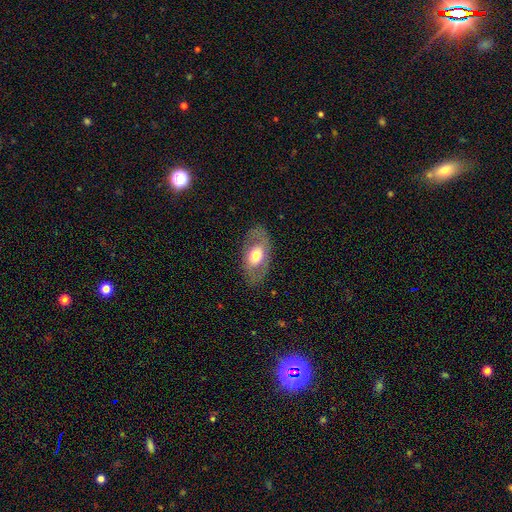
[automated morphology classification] smooth 51%, featured or disk 42%, star or artifact 7%. Down the decision tree: how rounded — in between (89%); merging — none (79%).